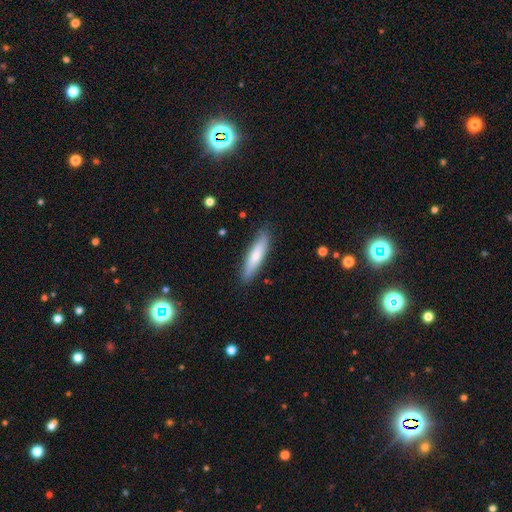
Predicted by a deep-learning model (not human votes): smooth 69%, featured or disk 26%, star or artifact 6%. Down the decision tree: how rounded — cigar-shaped (80%); merging — none (85%).